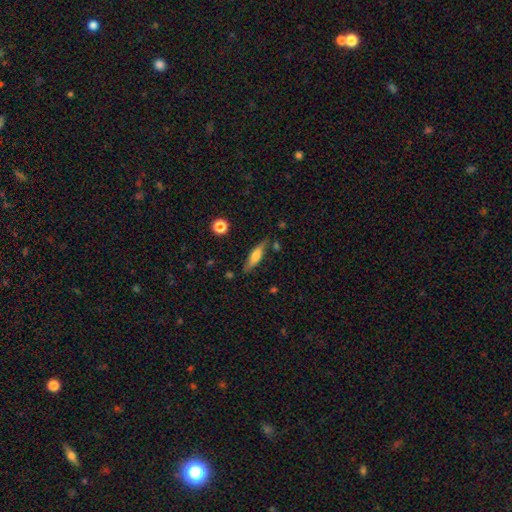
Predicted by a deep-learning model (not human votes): Smooth or featured: smooth — 58% (featured or disk — 35%)
How rounded: cigar-shaped — 59% (in between — 38%)
Merging: none — 76% (minor disturbance — 16%)